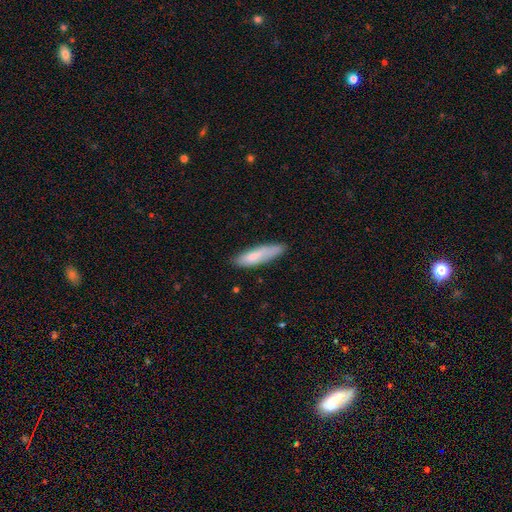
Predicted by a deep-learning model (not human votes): Smooth or featured?
  - smooth: 76% *
  - featured or disk: 18%
  - star or artifact: 6%
How rounded?
  - cigar-shaped: 69% *
  - in between: 30%
  - round: 1%
Merging?
  - none: 69% *
  - minor disturbance: 23%
  - major disturbance: 5%
  - merger: 3%